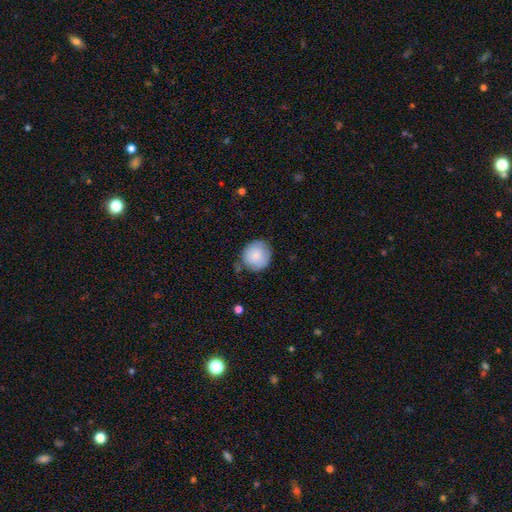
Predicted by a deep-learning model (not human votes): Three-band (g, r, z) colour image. It shows a smooth galaxy with no disk features (85%) that is round (87%). Merging: none (69%).